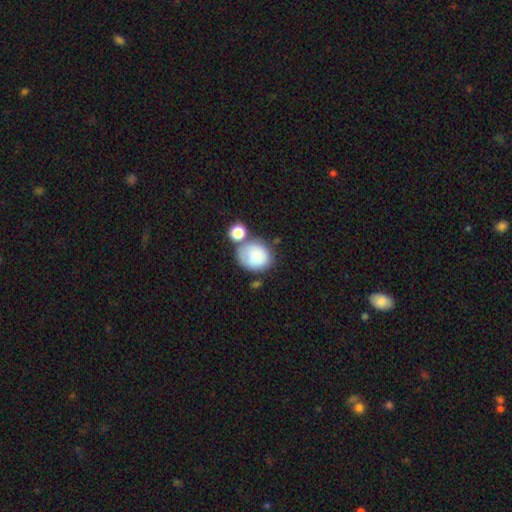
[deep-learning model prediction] A smooth galaxy with no disk features (80%) that is round (67%).

Vote fractions:
- Smooth or featured? smooth: 80% / featured or disk: 12% / star or artifact: 8%
- How rounded? round: 67% / in between: 32% / cigar-shaped: 1%
- Merging? none: 50% / merger: 23% / minor disturbance: 19% / major disturbance: 8%